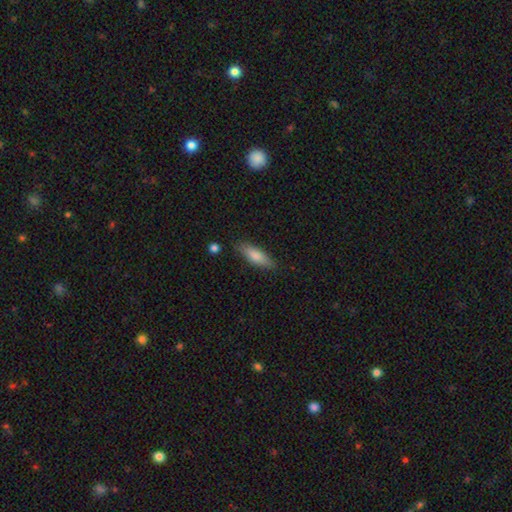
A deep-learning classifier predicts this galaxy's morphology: type=smooth (81%); roundness=in between (50%); merging=none (82%).